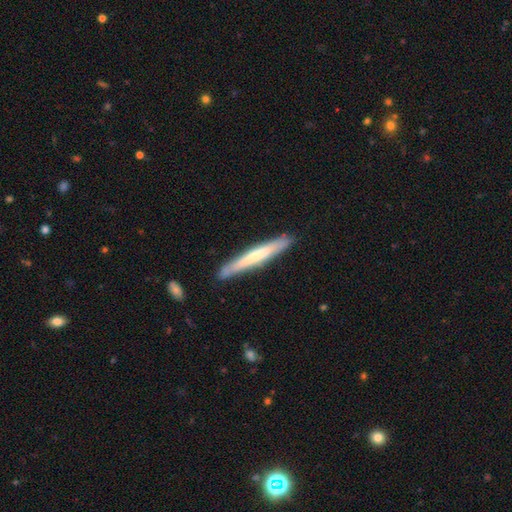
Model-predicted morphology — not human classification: Q: Smooth or featured?
A: smooth (49%); runner-up: featured or disk (46%)
Q: Merging?
A: none (87%); runner-up: minor disturbance (10%)